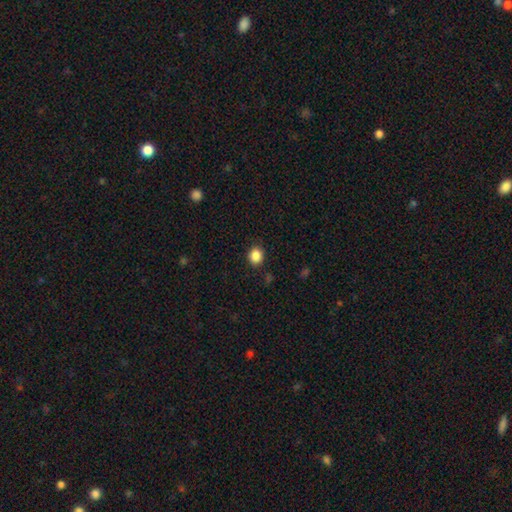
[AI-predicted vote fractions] smooth_or_featured: smooth (p=0.86) [alt: star or artifact p=0.10]
how_rounded: round (p=0.73) [alt: in between p=0.26]
merging: none (p=0.89) [alt: minor disturbance p=0.08]